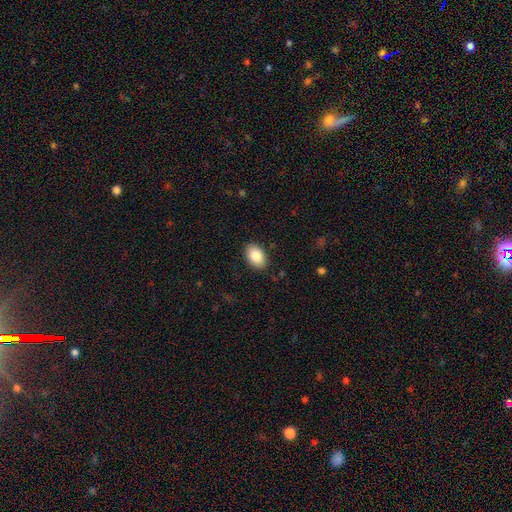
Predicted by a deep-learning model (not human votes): Smooth or featured: smooth — 85% (featured or disk — 8%)
How rounded: in between — 87% (round — 12%)
Merging: none — 88% (minor disturbance — 9%)